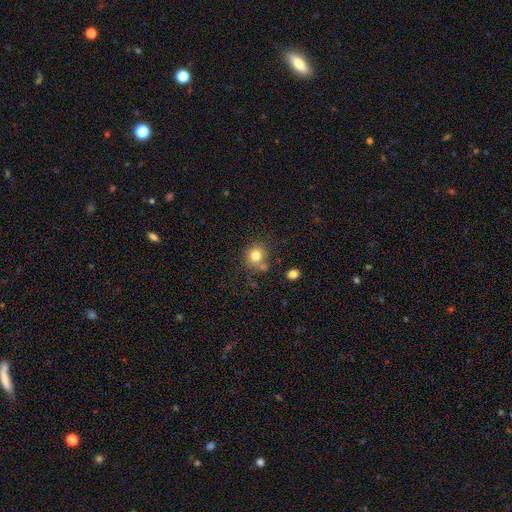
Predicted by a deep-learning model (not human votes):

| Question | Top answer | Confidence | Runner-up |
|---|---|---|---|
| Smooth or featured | smooth | 80% | star or artifact (12%) |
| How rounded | round | 83% | in between (16%) |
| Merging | none | 67% | minor disturbance (14%) |